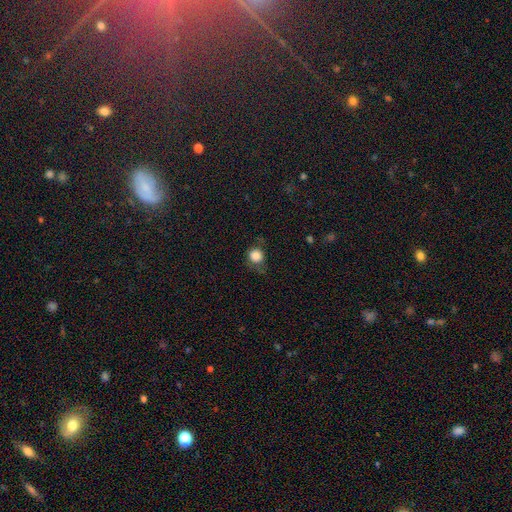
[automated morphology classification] smooth 83%, star or artifact 10%, featured or disk 7%. Down the decision tree: how rounded — round (84%); merging — none (63%).